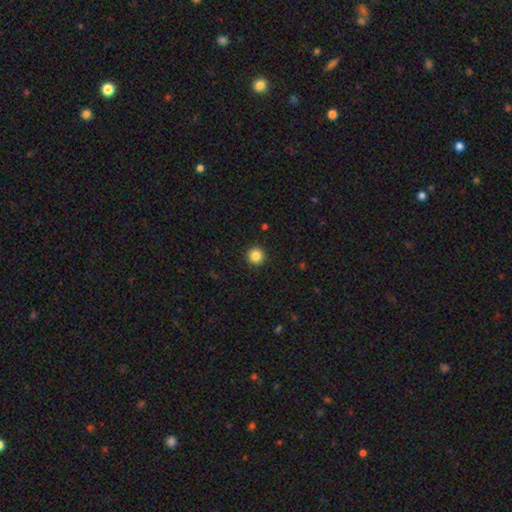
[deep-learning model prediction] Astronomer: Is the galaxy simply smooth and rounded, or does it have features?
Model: smooth — 85%.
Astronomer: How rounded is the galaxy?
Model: round — 96%.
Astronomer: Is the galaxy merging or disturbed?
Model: none — 93%.